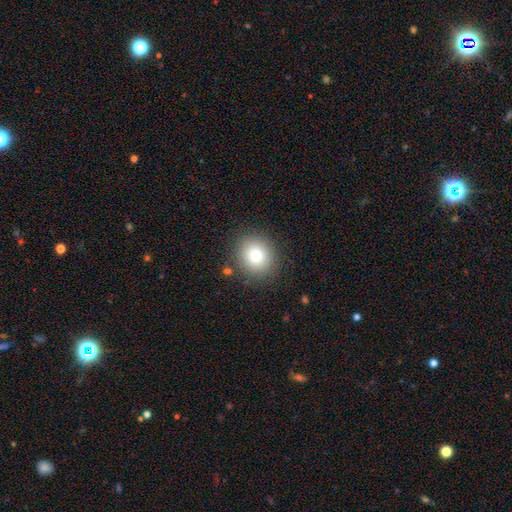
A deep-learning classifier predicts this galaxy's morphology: Smooth or featured?
  - smooth: 76% *
  - star or artifact: 12%
  - featured or disk: 11%
How rounded?
  - round: 81% *
  - in between: 18%
  - cigar-shaped: 1%
Merging?
  - none: 87% *
  - minor disturbance: 8%
  - major disturbance: 3%
  - merger: 2%